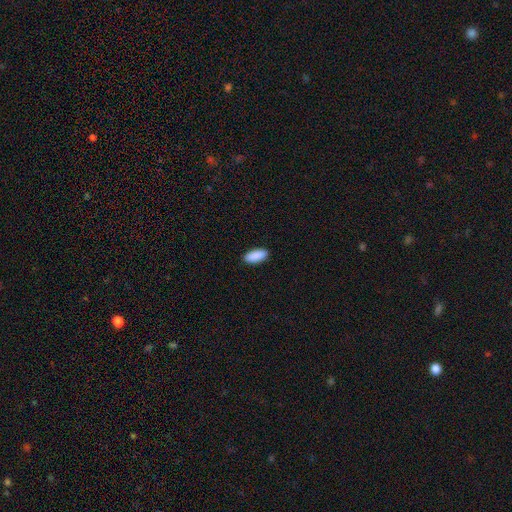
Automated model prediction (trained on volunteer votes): A smooth galaxy with no disk features (91%) that is in between round and cigar-shaped (87%). Merging: none (91%).